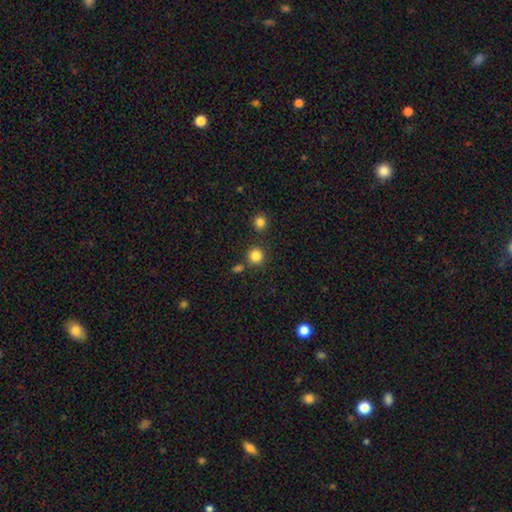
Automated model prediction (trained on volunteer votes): This is clearly a smooth galaxy (84%). How rounded: clearly round (92%). Merging: clearly none (82%).